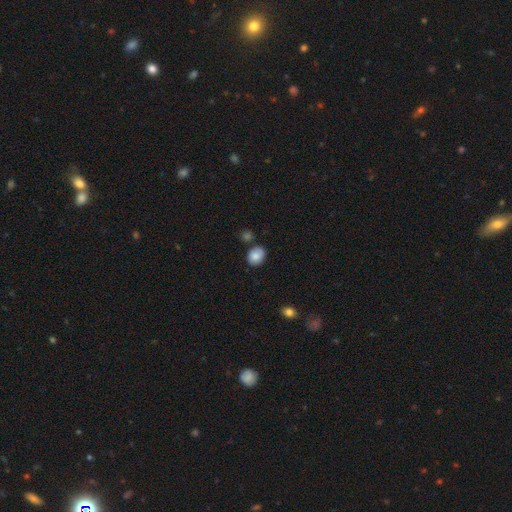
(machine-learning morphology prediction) This appears to be a smooth galaxy with no disk features (84%) that is round (60%). Merging: none (77%).